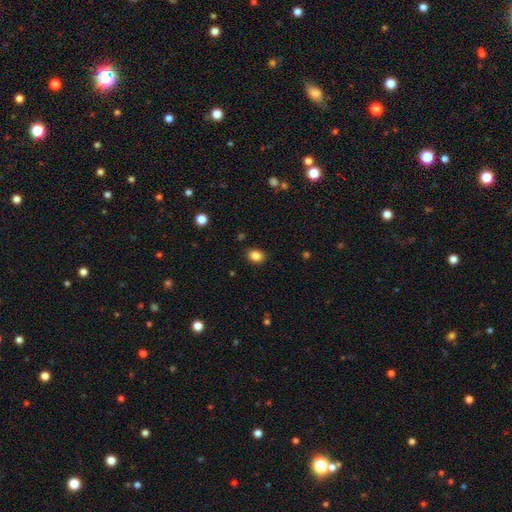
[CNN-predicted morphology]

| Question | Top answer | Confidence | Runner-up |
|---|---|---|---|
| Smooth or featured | smooth | 85% | star or artifact (10%) |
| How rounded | in between | 58% | round (41%) |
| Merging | none | 87% | minor disturbance (9%) |